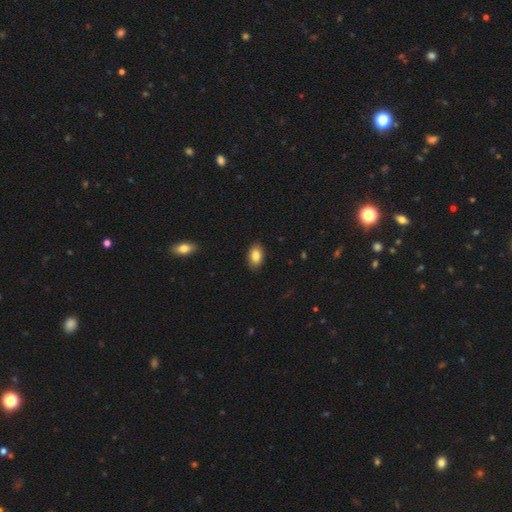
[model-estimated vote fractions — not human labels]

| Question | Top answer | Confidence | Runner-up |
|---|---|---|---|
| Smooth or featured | smooth | 85% | featured or disk (8%) |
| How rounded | in between | 90% | round (8%) |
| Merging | none | 88% | minor disturbance (9%) |